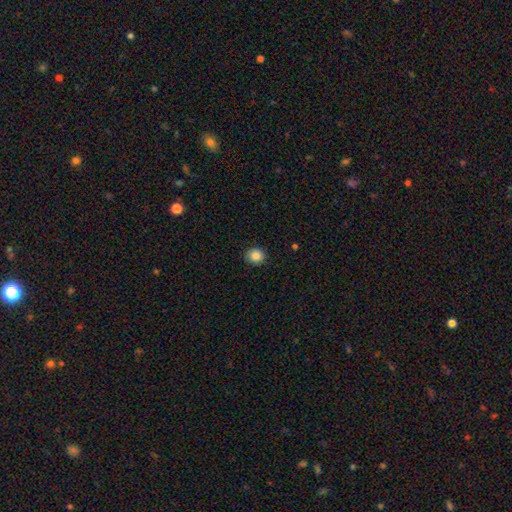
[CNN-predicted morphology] Smooth or featured?
  - smooth: 86% *
  - star or artifact: 10%
  - featured or disk: 4%
How rounded?
  - round: 80% *
  - in between: 19%
  - cigar-shaped: 1%
Merging?
  - none: 90% *
  - minor disturbance: 7%
  - major disturbance: 2%
  - merger: 1%